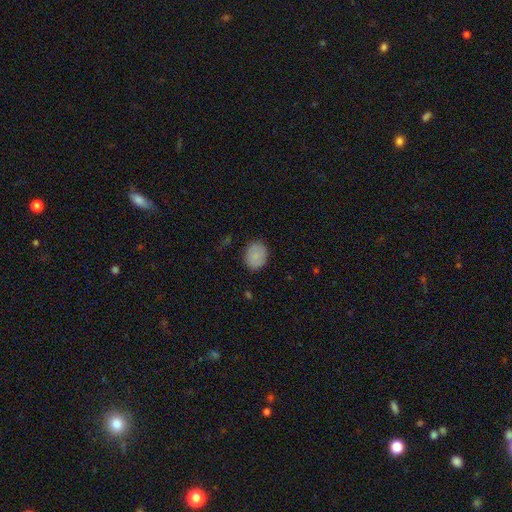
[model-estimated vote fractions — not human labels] smooth-or-featured: smooth: 85% | featured or disk: 8% | star or artifact: 8%
  how-rounded: in between: 55% | round: 44% | cigar-shaped: 1%
  merging: none: 82% | minor disturbance: 14% | major disturbance: 3% | merger: 1%